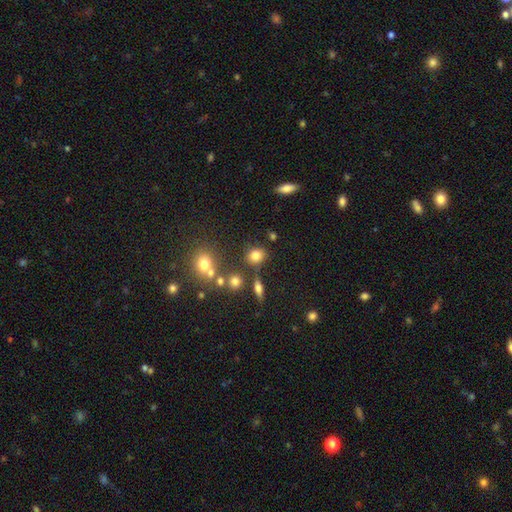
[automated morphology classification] This is likely a smooth galaxy (78%). How rounded: likely round (67%). Merging: likely none (71%).